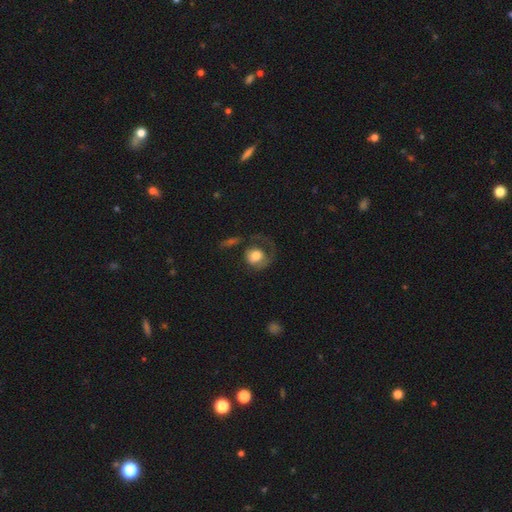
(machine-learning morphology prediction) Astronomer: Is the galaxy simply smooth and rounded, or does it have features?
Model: smooth — 57% (runner-up: featured or disk, 35%).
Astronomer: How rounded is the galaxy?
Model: round — 67%.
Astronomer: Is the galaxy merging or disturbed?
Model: major disturbance — 46% (runner-up: none, 31%).